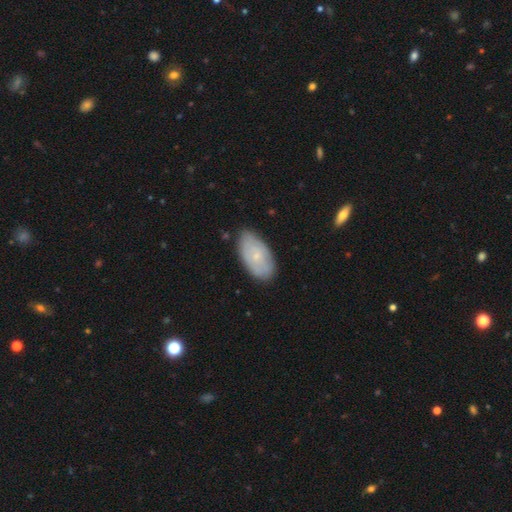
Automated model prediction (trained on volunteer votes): smooth 53%, featured or disk 41%, star or artifact 7%. Down the decision tree: how rounded — in between (94%); merging — none (79%).